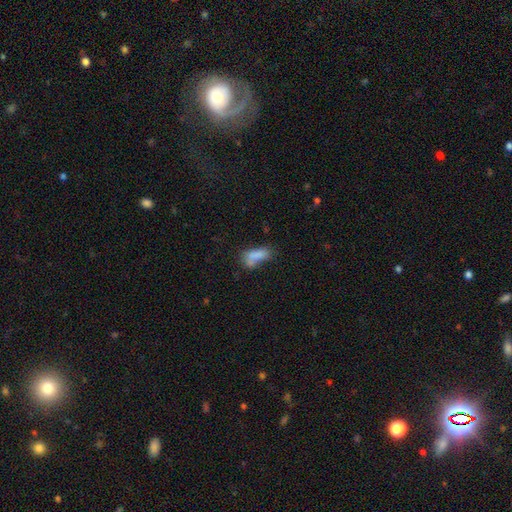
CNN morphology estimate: The model was most divided on "merging": none: 32%, merger: 26%, minor disturbance: 23%, major disturbance: 19%. More confident: how rounded — in between (76%); smooth or featured — smooth (75%).